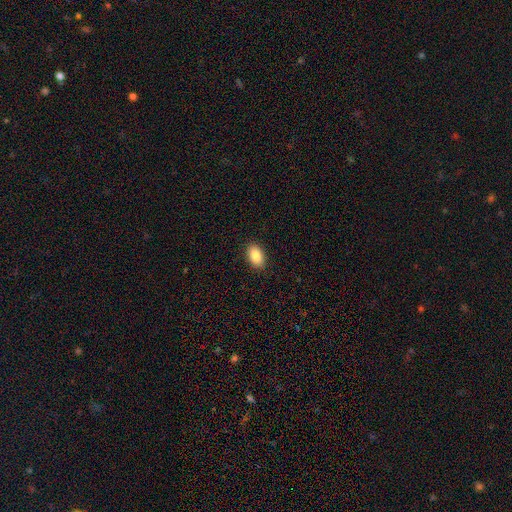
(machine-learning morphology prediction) This appears to be a smooth galaxy with no disk features (86%) that is in between round and cigar-shaped (91%). Merging: none (90%).